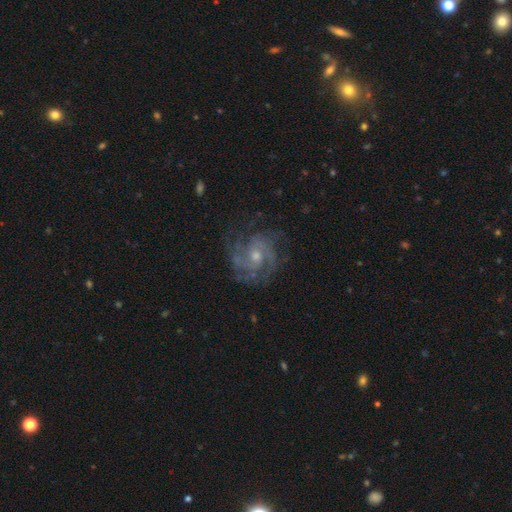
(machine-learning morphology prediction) type=featured or disk (87%); edge-on=no (98%); bar=no (70%); spiral arms=yes (96%); winding=tight (50%); arm count=3 (32%); bulge=moderate (51%); merging=none (72%).